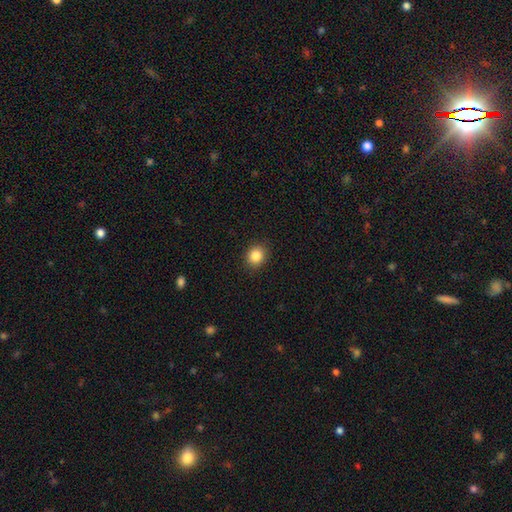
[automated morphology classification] smooth 85%, star or artifact 10%, featured or disk 5%. Down the decision tree: how rounded — round (74%); merging — none (90%).